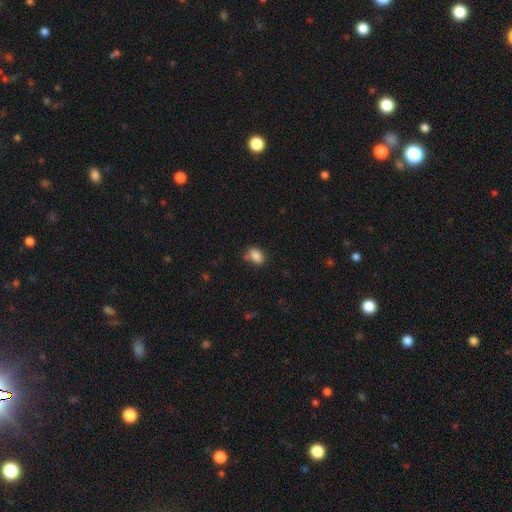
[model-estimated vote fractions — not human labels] Q: Smooth or featured?
A: smooth (85%); runner-up: star or artifact (9%)
Q: How rounded?
A: in between (78%); runner-up: round (20%)
Q: Merging?
A: none (62%); runner-up: minor disturbance (26%)